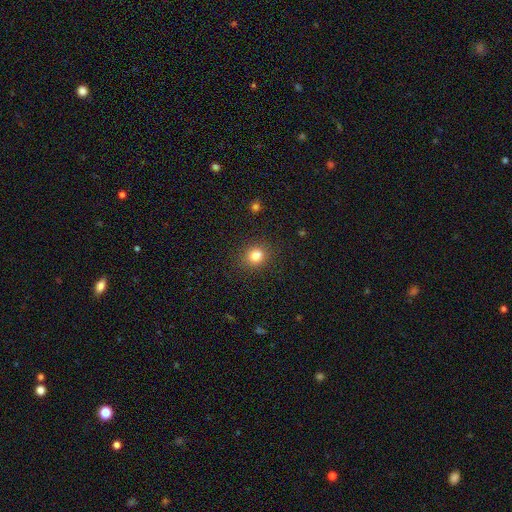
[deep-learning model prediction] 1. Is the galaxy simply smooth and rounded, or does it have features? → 82% smooth, 12% star or artifact, 6% featured or disk.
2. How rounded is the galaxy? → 72% round, 27% in between, 1% cigar-shaped.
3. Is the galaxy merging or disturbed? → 85% none, 9% minor disturbance, 3% major disturbance, 3% merger.